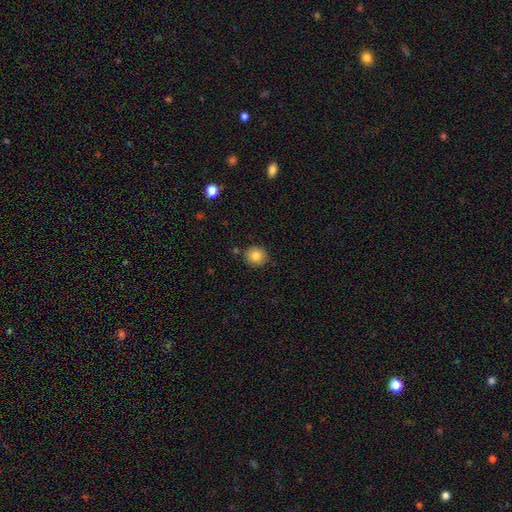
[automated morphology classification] smooth-or-featured: smooth: 82% | star or artifact: 10% | featured or disk: 8%
  how-rounded: round: 87% | in between: 12% | cigar-shaped: 1%
  merging: none: 87% | minor disturbance: 8% | merger: 3% | major disturbance: 2%